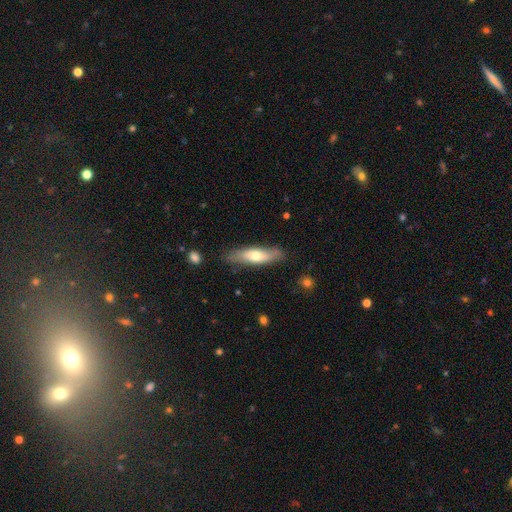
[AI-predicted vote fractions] Smooth or featured? smooth (59%)
How rounded? cigar-shaped (64%)
Merging? none (81%)